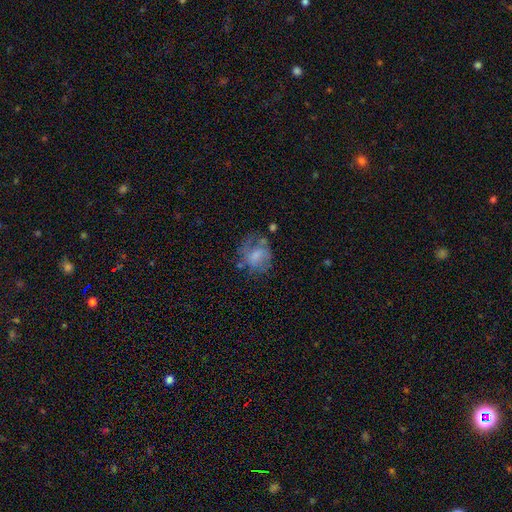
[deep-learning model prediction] This appears to be a featured or disk galaxy (46%). Merging: none (42%).